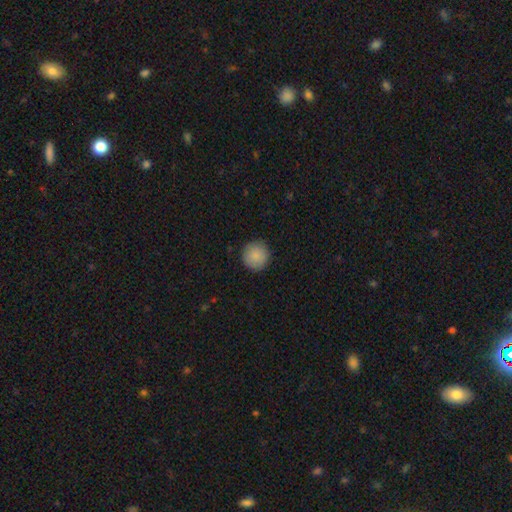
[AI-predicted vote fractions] smooth_or_featured: smooth (p=0.88) [alt: star or artifact p=0.07]
how_rounded: round (p=0.95) [alt: in between p=0.04]
merging: none (p=0.91) [alt: minor disturbance p=0.07]